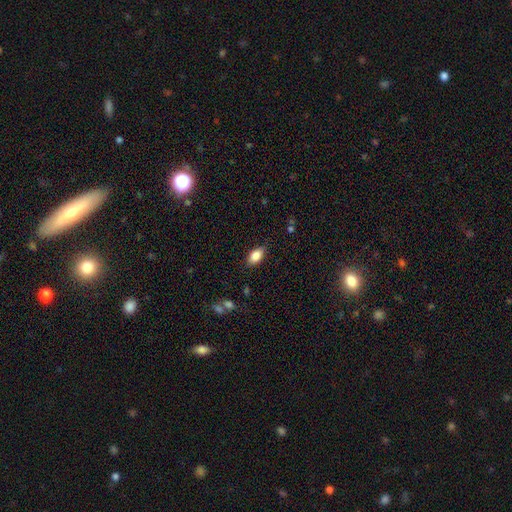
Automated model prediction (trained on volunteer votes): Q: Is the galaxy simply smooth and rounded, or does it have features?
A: smooth — 83%.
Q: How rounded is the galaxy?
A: in between — 90%.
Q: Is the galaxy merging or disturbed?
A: none — 83%.